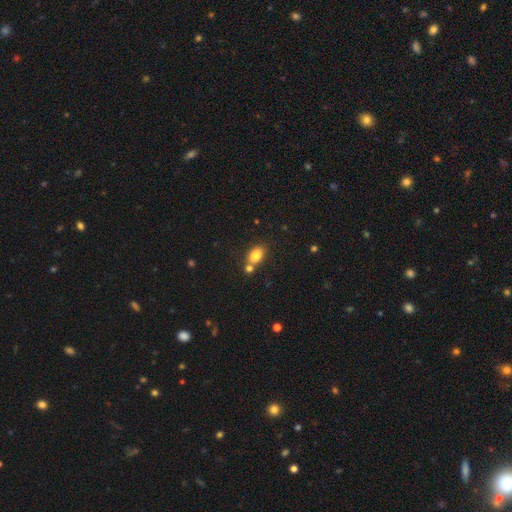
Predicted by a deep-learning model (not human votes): Smooth or featured: smooth — 81% (star or artifact — 10%)
How rounded: in between — 80% (round — 18%)
Merging: none — 59% (merger — 26%)